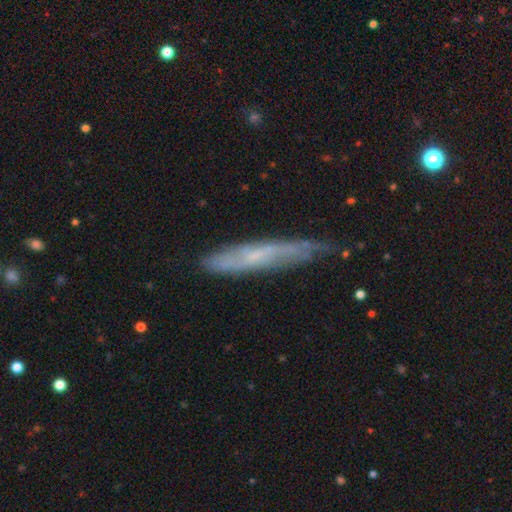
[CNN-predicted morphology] type=featured or disk (56%); edge-on=yes (65%); merging=none (63%).